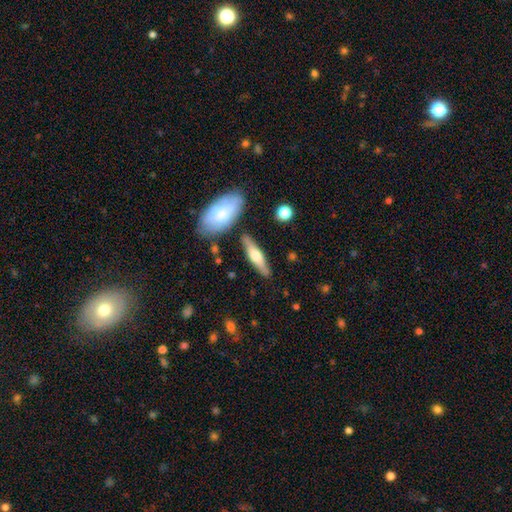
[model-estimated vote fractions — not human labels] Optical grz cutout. It shows a smooth galaxy with no disk features (50%) that is cigar-shaped (68%). Merging: none (80%).